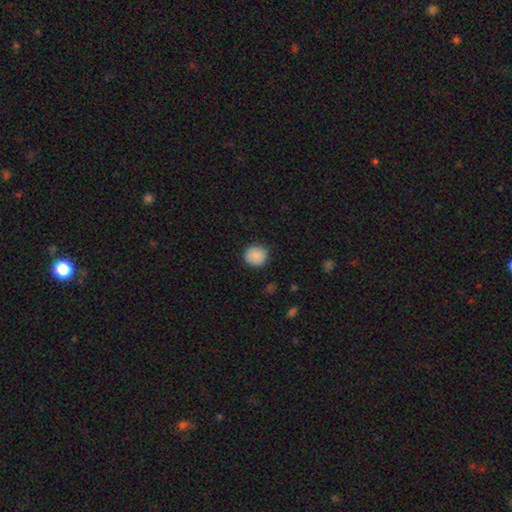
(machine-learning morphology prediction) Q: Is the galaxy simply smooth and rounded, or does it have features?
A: smooth — 88%.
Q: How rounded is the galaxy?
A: round — 91%.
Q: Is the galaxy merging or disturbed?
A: none — 89%.